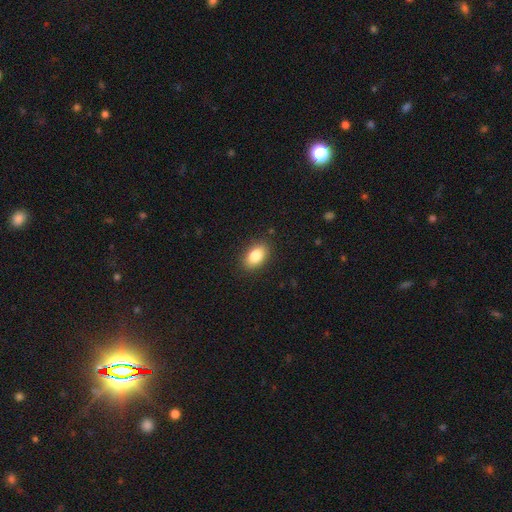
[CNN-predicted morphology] A smooth galaxy with no disk features (84%) that is in between round and cigar-shaped (88%).

Vote fractions:
- Smooth or featured? smooth: 84% / featured or disk: 8% / star or artifact: 8%
- How rounded? in between: 88% / round: 10% / cigar-shaped: 2%
- Merging? none: 88% / minor disturbance: 9% / major disturbance: 2% / merger: 1%